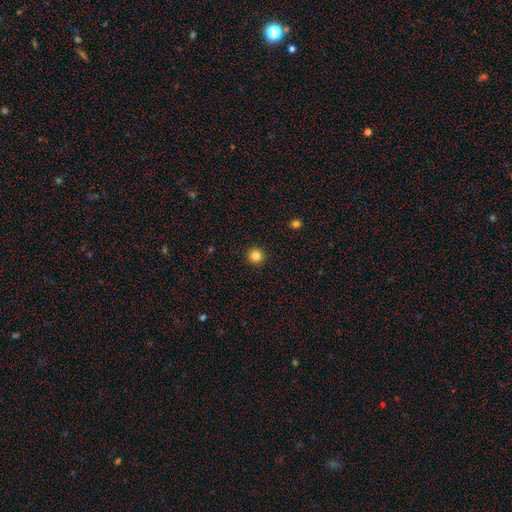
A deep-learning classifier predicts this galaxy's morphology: A smooth galaxy with no disk features (84%) that is round (96%).

Vote fractions:
- Smooth or featured? smooth: 84% / star or artifact: 12% / featured or disk: 4%
- How rounded? round: 96% / in between: 3% / cigar-shaped: 1%
- Merging? none: 93% / minor disturbance: 4% / major disturbance: 2% / merger: 1%